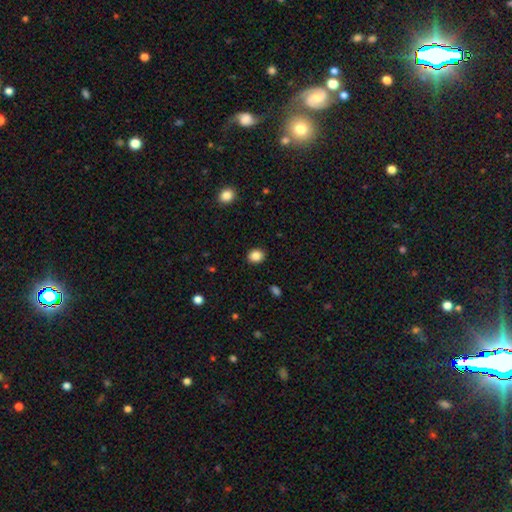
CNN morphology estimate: This appears to be a smooth galaxy with no disk features (86%) that is round (69%). Merging: none (91%).